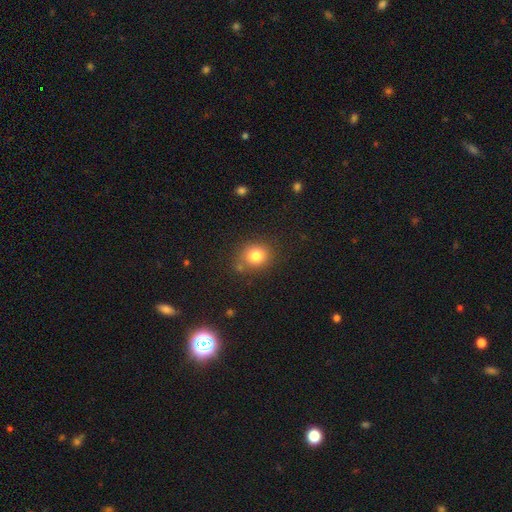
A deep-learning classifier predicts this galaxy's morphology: This is clearly a smooth galaxy (81%). How rounded: likely round (70%). Merging: likely none (76%).